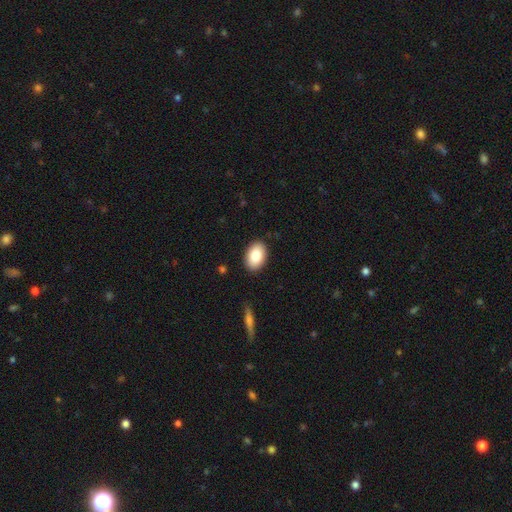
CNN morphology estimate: Smooth or featured?
  - smooth: 83% *
  - featured or disk: 10%
  - star or artifact: 7%
How rounded?
  - in between: 89% *
  - round: 10%
  - cigar-shaped: 1%
Merging?
  - none: 89% *
  - minor disturbance: 8%
  - major disturbance: 2%
  - merger: 1%